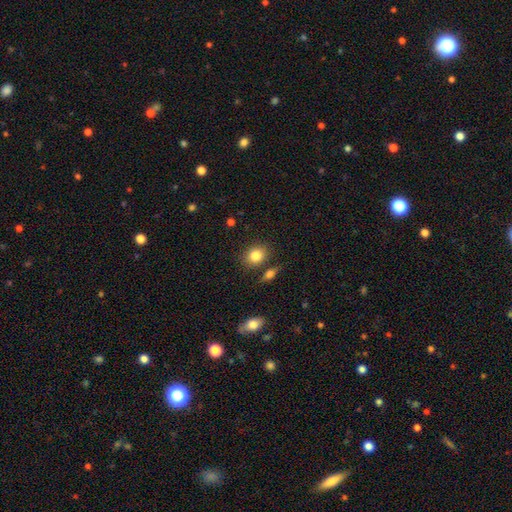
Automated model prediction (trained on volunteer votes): This is clearly a smooth galaxy (83%). How rounded: possibly round (53%). Merging: likely none (77%).